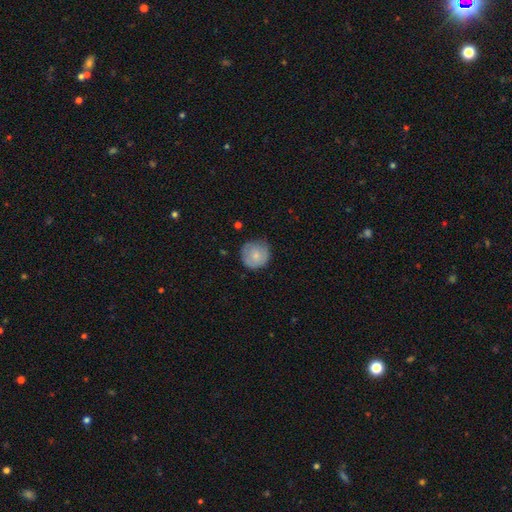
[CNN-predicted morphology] This appears to be a smooth galaxy with no disk features (78%) that is round (92%). Merging: none (74%).